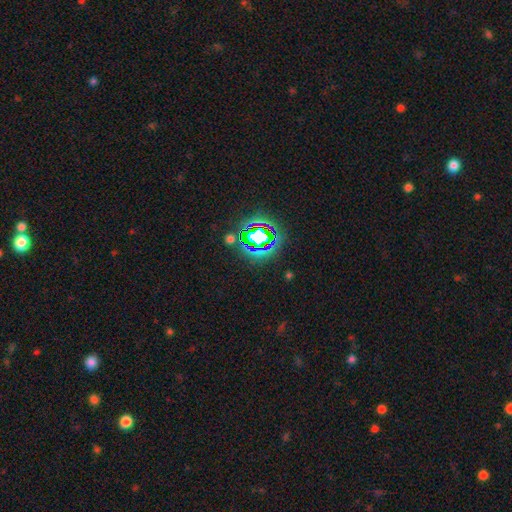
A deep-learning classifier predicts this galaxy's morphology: star or artifact 74%, smooth 16%, featured or disk 10%.